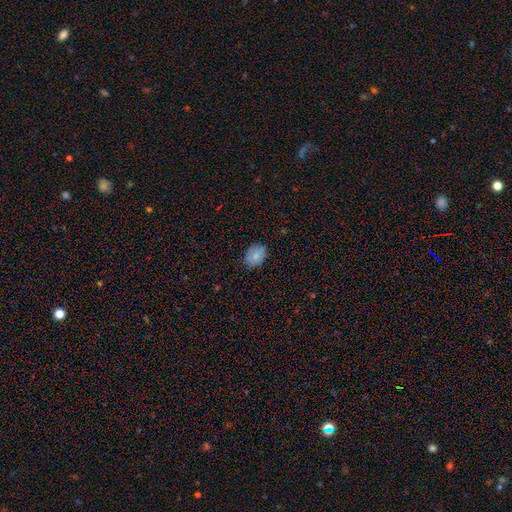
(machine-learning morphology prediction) A smooth galaxy with no disk features (80%) that is in between round and cigar-shaped (68%).

Vote fractions:
- Smooth or featured? smooth: 80% / featured or disk: 12% / star or artifact: 9%
- How rounded? in between: 68% / round: 31% / cigar-shaped: 1%
- Merging? none: 82% / minor disturbance: 14% / major disturbance: 3% / merger: 1%